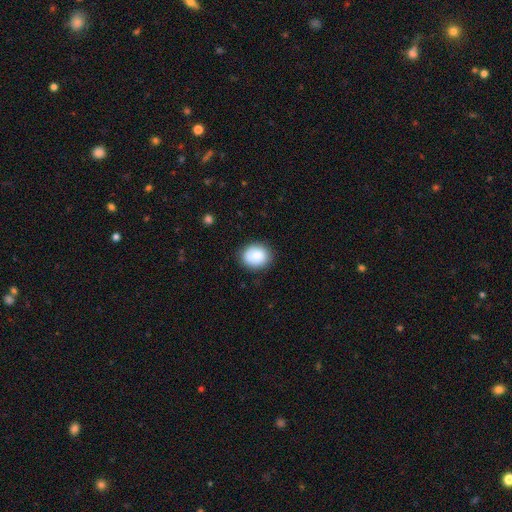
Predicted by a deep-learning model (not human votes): This appears to be a smooth galaxy with no disk features (83%) that is round (65%). Merging: none (83%).